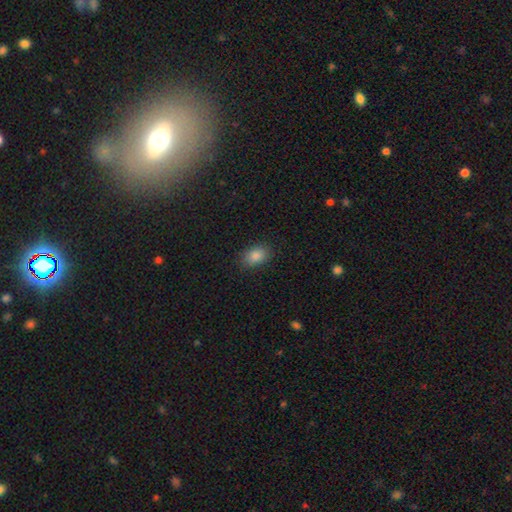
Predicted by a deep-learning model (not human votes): Smooth or featured: smooth — 85% (star or artifact — 10%)
How rounded: in between — 84% (round — 15%)
Merging: none — 86% (minor disturbance — 10%)